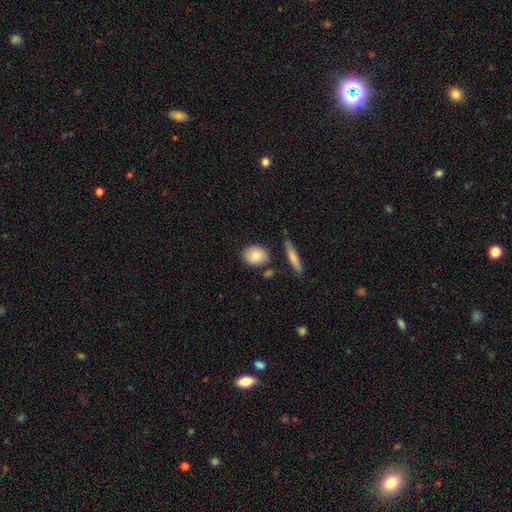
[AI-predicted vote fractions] smooth-or-featured: smooth: 81% | featured or disk: 13% | star or artifact: 7%
  how-rounded: in between: 59% | round: 38% | cigar-shaped: 3%
  merging: none: 77% | minor disturbance: 13% | merger: 8% | major disturbance: 3%